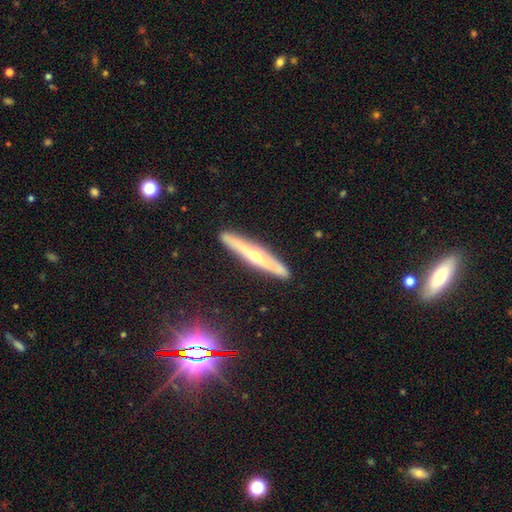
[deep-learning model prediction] Smooth or featured? featured or disk (66%)
Edge-on disk? yes (91%)
Edge-on bulge? rounded (84%)
Merging? none (89%)